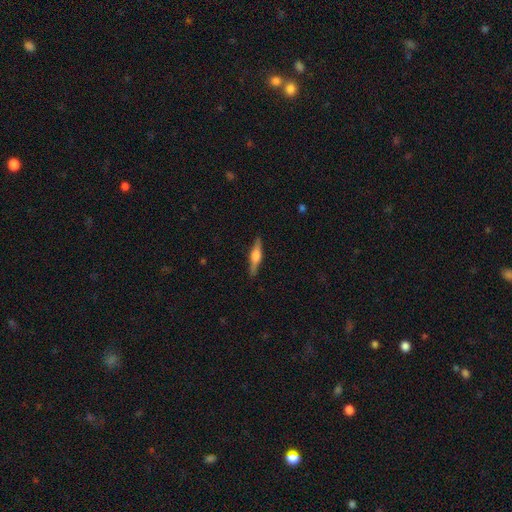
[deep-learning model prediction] Overall: featured or disk (63%; smooth 31%). Edge-on disk: yes (97%). Edge-on bulge: rounded (84%). Merging: none (88%).